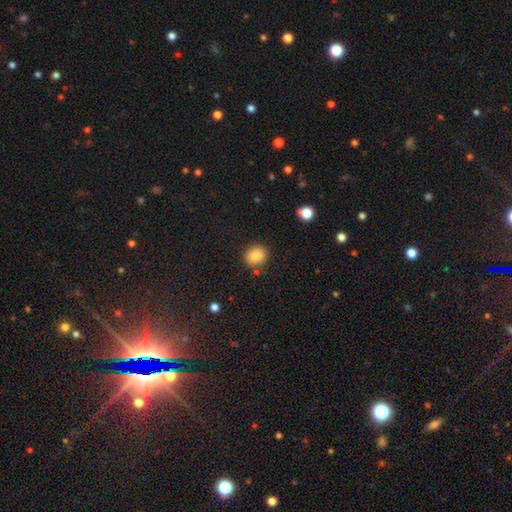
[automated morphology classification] This appears to be a smooth galaxy with no disk features (85%) that is round (71%). Merging: none (85%).